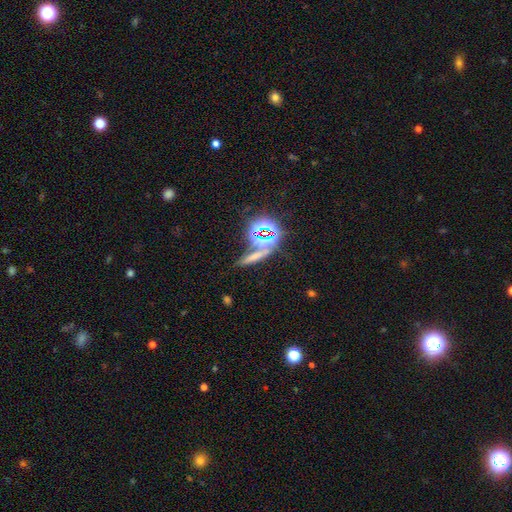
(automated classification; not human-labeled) The model was most divided on "smooth or featured": smooth: 44%, star or artifact: 39%, featured or disk: 17%. More confident: merging — none (64%).